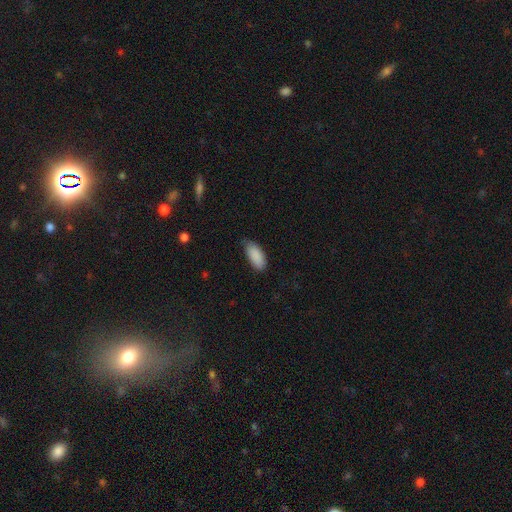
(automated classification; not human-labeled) Smooth or featured: smooth — 89% (star or artifact — 6%)
How rounded: in between — 87% (cigar-shaped — 11%)
Merging: none — 65% (minor disturbance — 29%)